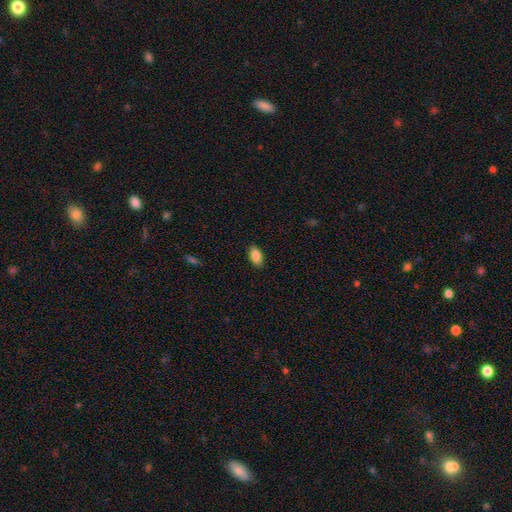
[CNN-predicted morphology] Overall: smooth (88%). How rounded: in between (93%). Merging: none (88%).